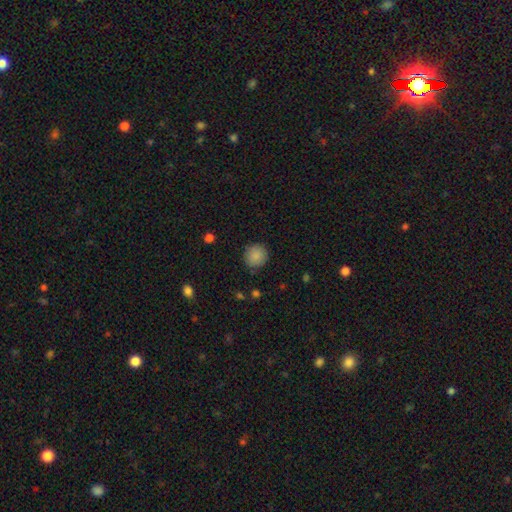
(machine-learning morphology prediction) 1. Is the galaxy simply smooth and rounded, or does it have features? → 87% smooth, 8% star or artifact, 4% featured or disk.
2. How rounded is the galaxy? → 93% round, 6% in between, 1% cigar-shaped.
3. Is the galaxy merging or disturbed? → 87% none, 9% minor disturbance, 2% major disturbance, 1% merger.